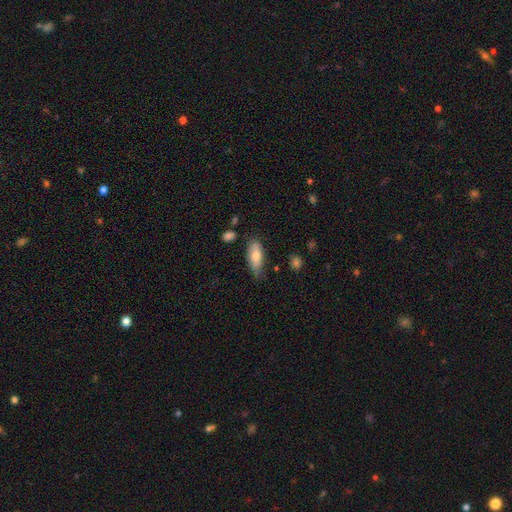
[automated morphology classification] smooth_or_featured: smooth (p=0.75) [alt: featured or disk p=0.19]
how_rounded: in between (p=0.75) [alt: cigar-shaped p=0.23]
merging: none (p=0.66) [alt: minor disturbance p=0.26]